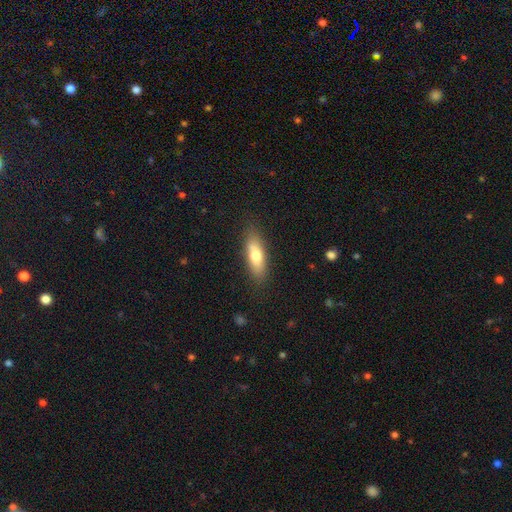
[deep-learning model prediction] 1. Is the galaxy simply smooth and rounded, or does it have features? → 69% smooth, 24% featured or disk, 7% star or artifact.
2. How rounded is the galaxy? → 58% in between, 40% cigar-shaped, 3% round.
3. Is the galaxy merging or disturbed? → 81% none, 13% minor disturbance, 3% major disturbance, 2% merger.